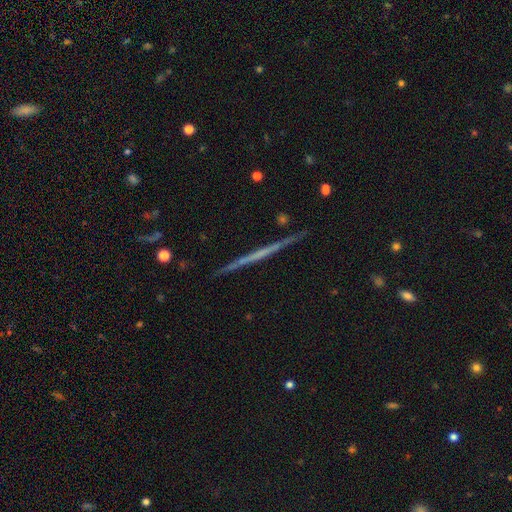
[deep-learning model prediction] Morphology: type=featured or disk (67%); edge-on=yes (98%); edge-on bulge=none (89%); merging=none (90%).